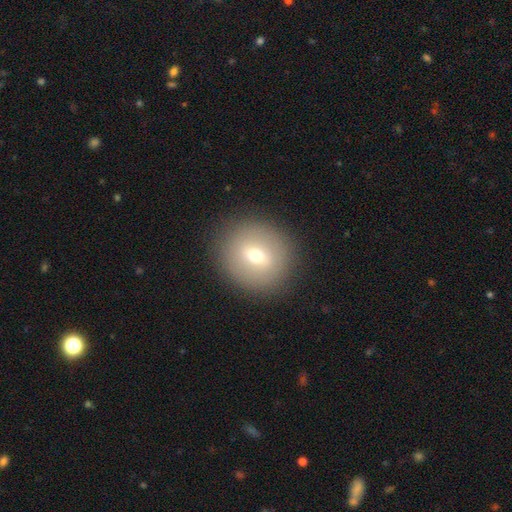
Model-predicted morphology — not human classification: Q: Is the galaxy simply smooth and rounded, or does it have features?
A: smooth — 61%.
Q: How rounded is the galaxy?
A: round — 86%.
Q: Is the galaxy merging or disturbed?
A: none — 88%.